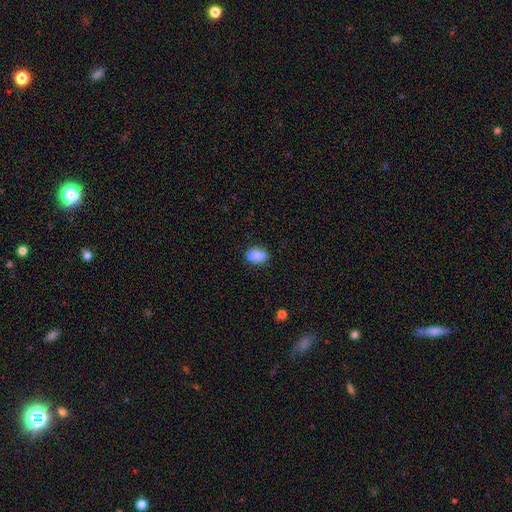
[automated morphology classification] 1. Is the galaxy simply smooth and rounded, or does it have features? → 84% smooth, 9% star or artifact, 7% featured or disk.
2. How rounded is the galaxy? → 83% in between, 9% round, 8% cigar-shaped.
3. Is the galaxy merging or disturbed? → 71% none, 18% minor disturbance, 6% merger, 4% major disturbance.